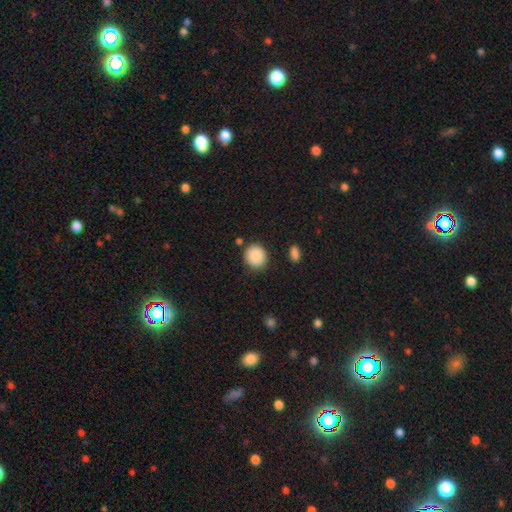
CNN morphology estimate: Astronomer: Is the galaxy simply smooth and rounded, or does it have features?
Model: smooth — 89%.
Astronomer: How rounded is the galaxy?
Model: round — 81%.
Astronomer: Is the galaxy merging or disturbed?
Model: none — 84%.